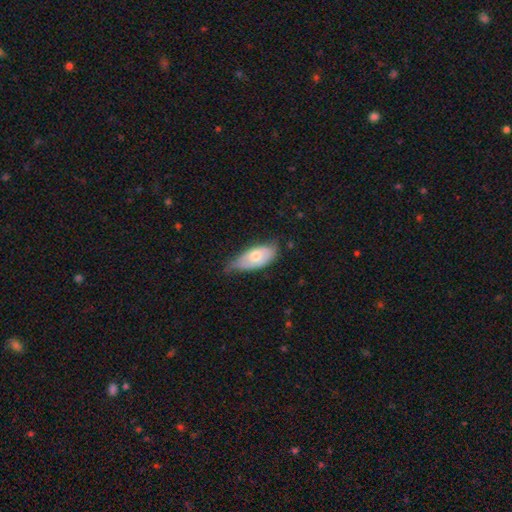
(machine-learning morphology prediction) Overall: smooth (60%; featured or disk 34%). How rounded: in between (87%). Merging: minor disturbance (46%; none 42%).